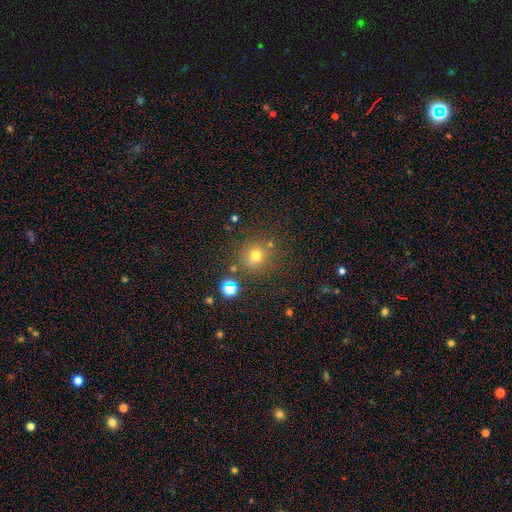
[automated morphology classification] smooth 70%, star or artifact 21%, featured or disk 8%. Down the decision tree: how rounded — round (92%); merging — none (80%).